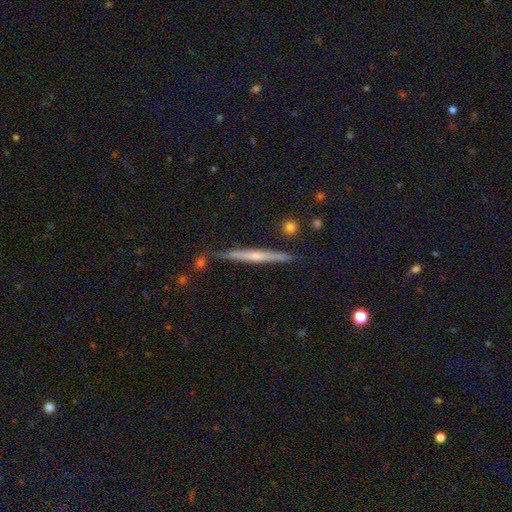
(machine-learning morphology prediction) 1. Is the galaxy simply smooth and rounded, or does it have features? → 65% featured or disk, 29% smooth, 7% star or artifact.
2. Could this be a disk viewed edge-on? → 97% yes, 3% no.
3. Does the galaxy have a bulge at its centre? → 53% rounded, 41% none, 6% boxy.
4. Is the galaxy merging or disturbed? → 83% none, 12% minor disturbance, 3% merger, 2% major disturbance.